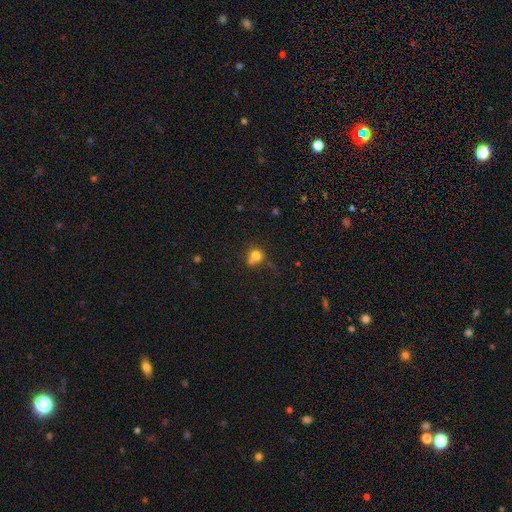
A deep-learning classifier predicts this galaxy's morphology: The model was most divided on "merging": none: 50%, merger: 24%, minor disturbance: 18%, major disturbance: 8%. More confident: how rounded — round (82%); smooth or featured — smooth (77%).